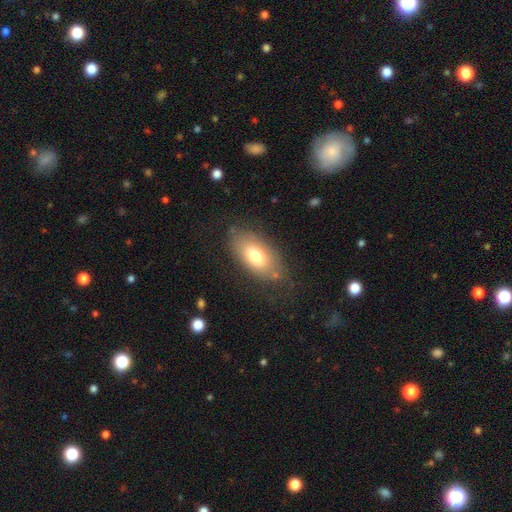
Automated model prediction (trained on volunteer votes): This appears to be a smooth galaxy with no disk features (73%) that is in between round and cigar-shaped (91%). Merging: none (72%).